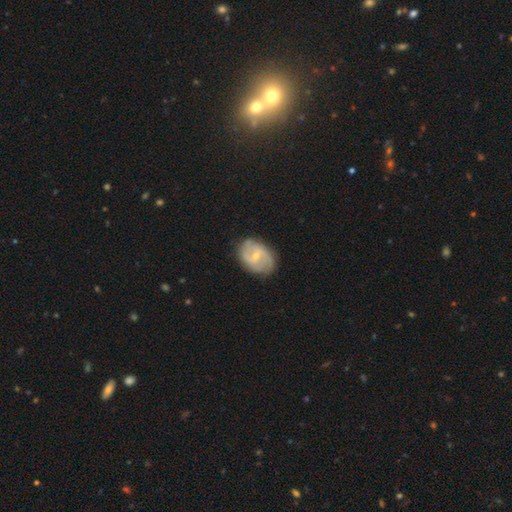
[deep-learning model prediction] Smooth or featured? Predicted: featured or disk (p=0.74). Edge-on disk? Predicted: no (p=0.97). Bar? Predicted: weak (p=0.54). Spiral arms? Predicted: yes (p=0.89). Spiral winding? Predicted: medium (p=0.45). Spiral arm count? Predicted: 2 (p=0.70). Bulge size? Predicted: small (p=0.63). Merging? Predicted: none (p=0.77).